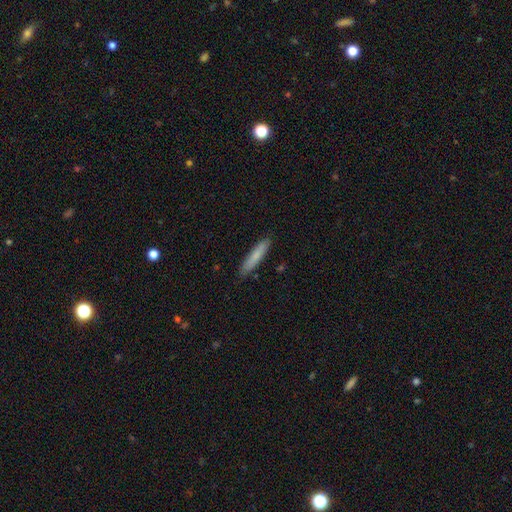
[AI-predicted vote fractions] smooth 79%, featured or disk 16%, star or artifact 6%. Down the decision tree: how rounded — cigar-shaped (89%); merging — none (88%).